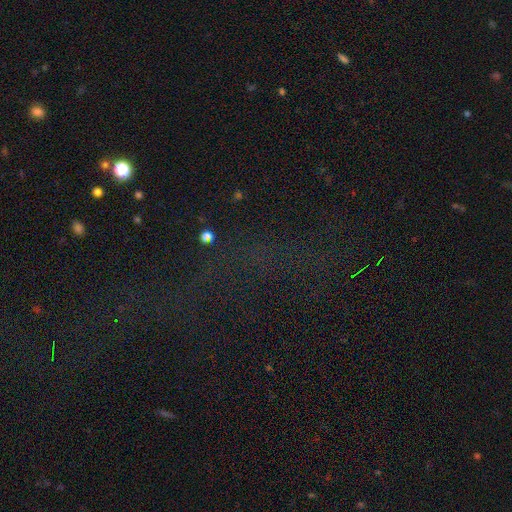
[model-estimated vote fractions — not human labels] This is likely a star or artifact rather than a galaxy (69%).